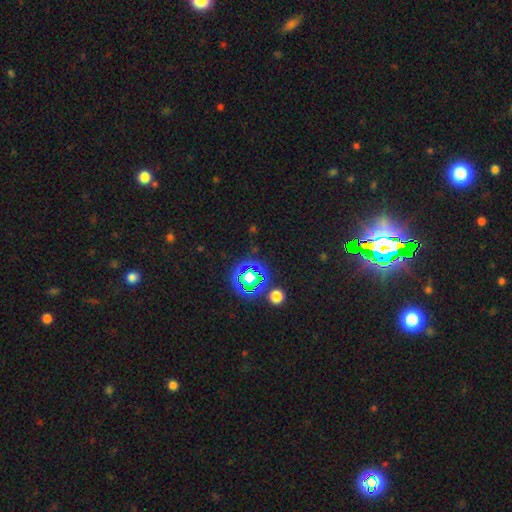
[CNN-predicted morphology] smooth-or-featured: star or artifact: 81% | smooth: 12% | featured or disk: 7%